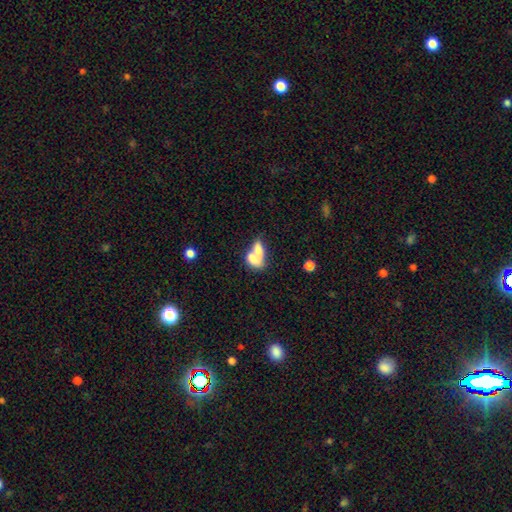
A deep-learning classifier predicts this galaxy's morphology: The model was most divided on "smooth or featured": smooth: 68%, featured or disk: 23%, star or artifact: 9%. More confident: how rounded — in between (78%); merging — merger (66%).